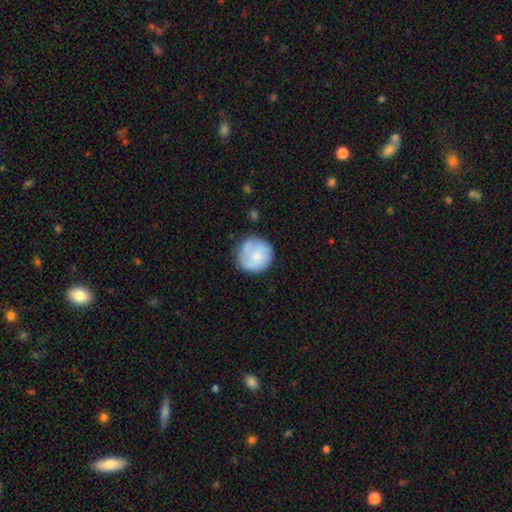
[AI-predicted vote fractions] Smooth or featured?
  - smooth: 52% *
  - featured or disk: 42%
  - star or artifact: 6%
How rounded?
  - round: 92% *
  - in between: 7%
  - cigar-shaped: 1%
Merging?
  - none: 74% *
  - minor disturbance: 17%
  - major disturbance: 7%
  - merger: 2%